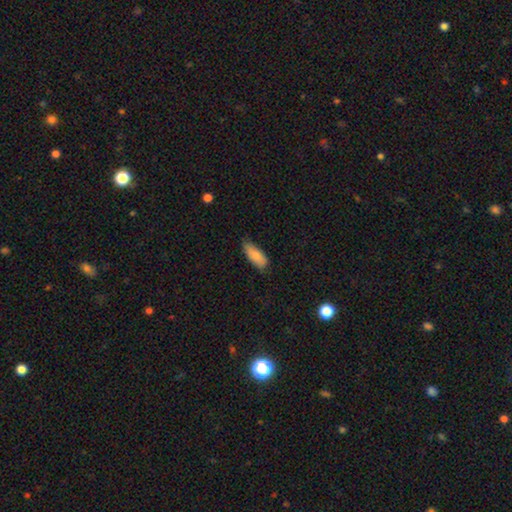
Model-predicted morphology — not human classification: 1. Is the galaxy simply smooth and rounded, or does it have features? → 82% smooth, 11% featured or disk, 6% star or artifact.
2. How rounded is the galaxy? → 81% in between, 17% cigar-shaped, 2% round.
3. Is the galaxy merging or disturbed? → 68% none, 27% minor disturbance, 4% major disturbance, 1% merger.